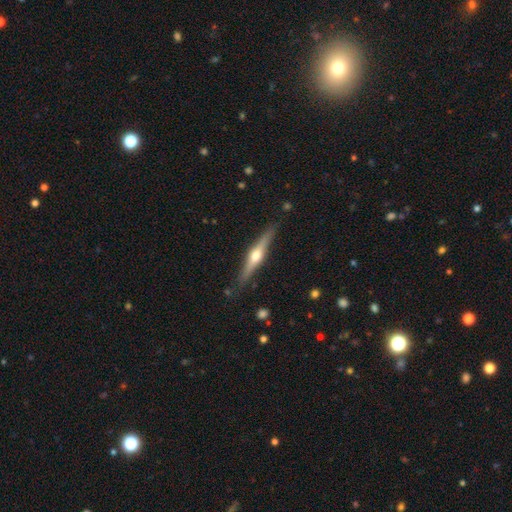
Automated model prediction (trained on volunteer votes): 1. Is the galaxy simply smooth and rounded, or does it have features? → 71% featured or disk, 23% smooth, 5% star or artifact.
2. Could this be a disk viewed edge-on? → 97% yes, 3% no.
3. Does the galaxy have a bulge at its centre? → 93% rounded, 4% boxy, 3% none.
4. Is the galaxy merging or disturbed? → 87% none, 10% minor disturbance, 2% major disturbance, 2% merger.